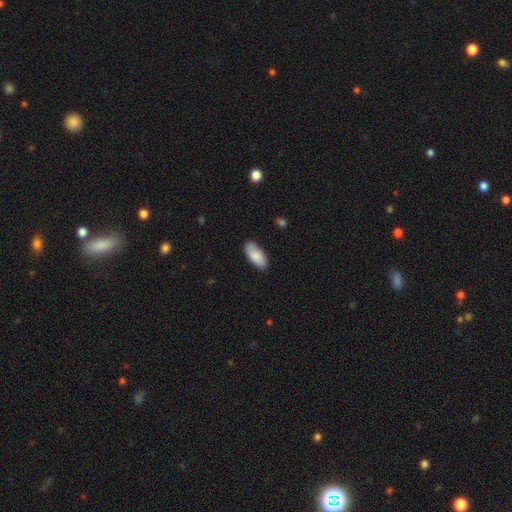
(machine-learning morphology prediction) smooth 85%, featured or disk 9%, star or artifact 6%. Down the decision tree: how rounded — in between (90%); merging — none (84%).